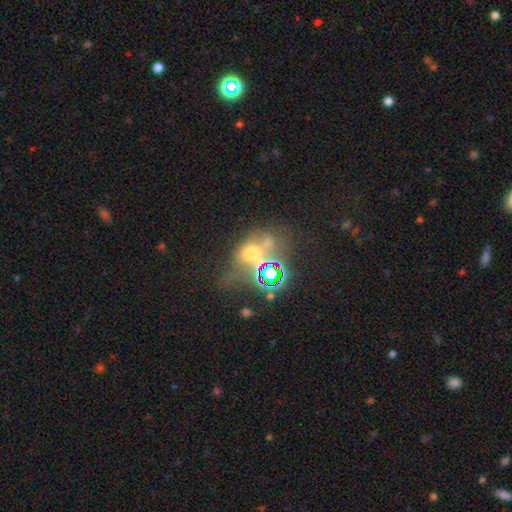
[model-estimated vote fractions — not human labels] Q: Smooth or featured?
A: star or artifact (41%); runner-up: smooth (39%)